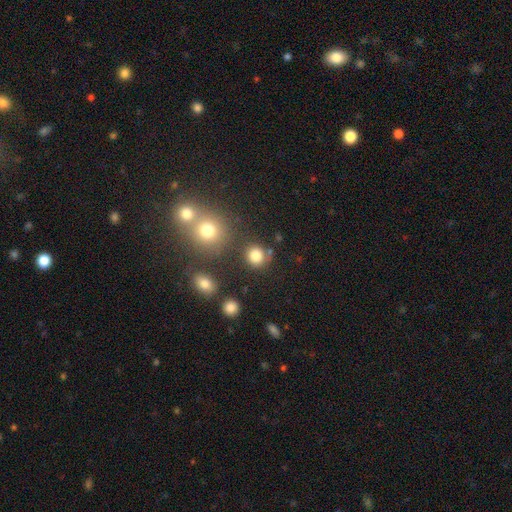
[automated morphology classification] Overall: smooth (82%). How rounded: round (87%). Merging: none (77%).